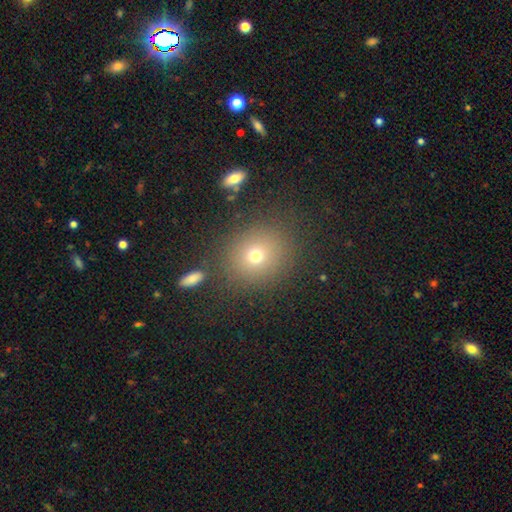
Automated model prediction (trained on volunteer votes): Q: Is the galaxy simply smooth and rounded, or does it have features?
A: smooth — 69%.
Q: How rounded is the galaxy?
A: round — 78%.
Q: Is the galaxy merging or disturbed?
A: none — 82%.